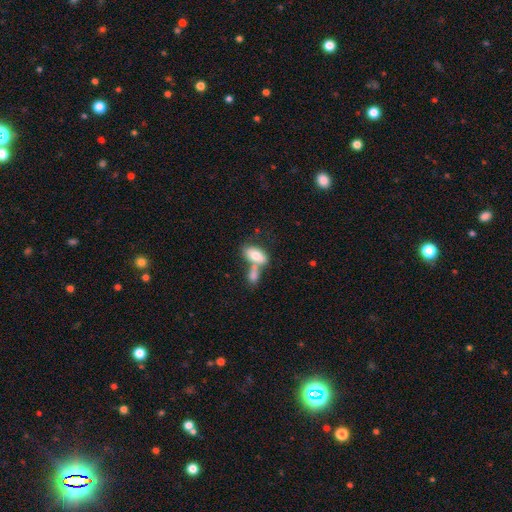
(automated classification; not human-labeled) This appears to be a smooth galaxy with no disk features (75%) that is in between round and cigar-shaped (91%). Merging: merger (52%).